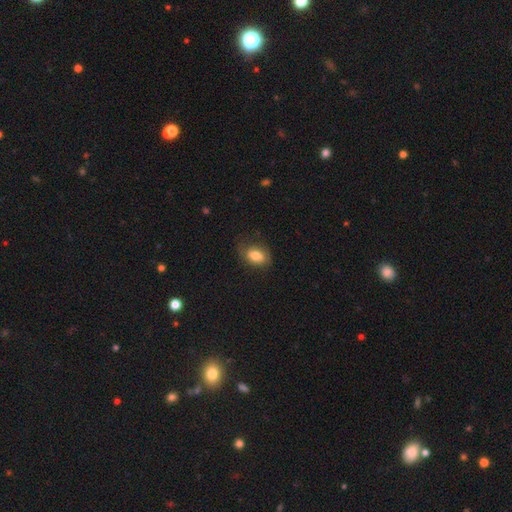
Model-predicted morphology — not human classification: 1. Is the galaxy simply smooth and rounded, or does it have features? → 76% smooth, 16% featured or disk, 7% star or artifact.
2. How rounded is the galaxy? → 80% in between, 19% round, 2% cigar-shaped.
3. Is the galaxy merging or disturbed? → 65% none, 24% minor disturbance, 10% major disturbance, 1% merger.